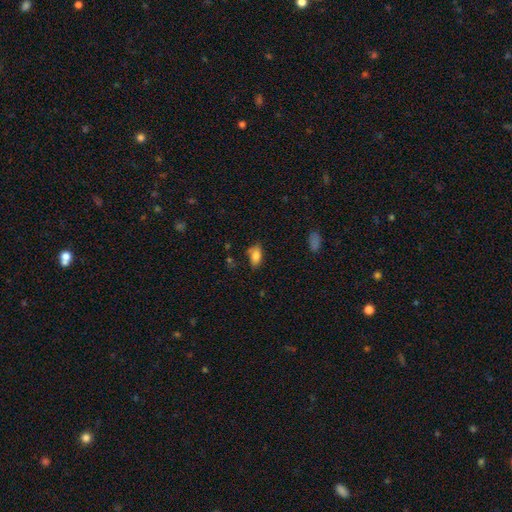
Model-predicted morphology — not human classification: This appears to be a smooth galaxy with no disk features (82%) that is in between round and cigar-shaped (89%). Merging: none (69%).